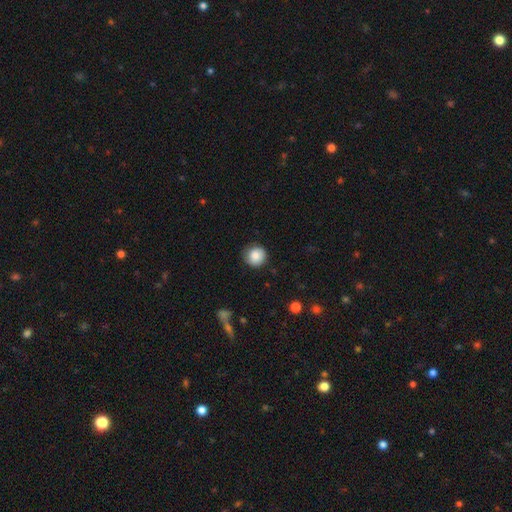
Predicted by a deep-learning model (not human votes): This is clearly a smooth galaxy (86%). How rounded: clearly round (93%). Merging: clearly none (86%).